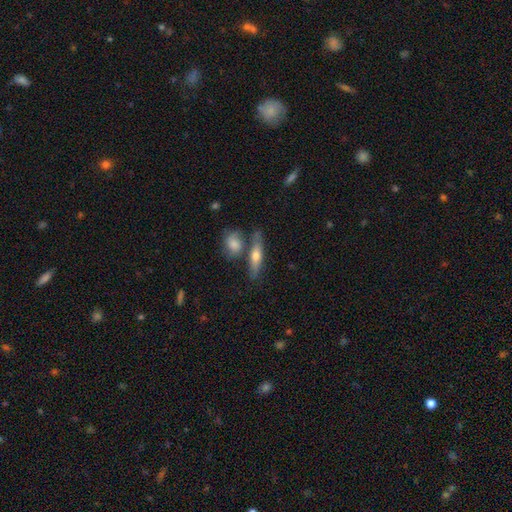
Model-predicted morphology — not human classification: smooth-or-featured: smooth: 53% | featured or disk: 40% | star or artifact: 6%
  how-rounded: cigar-shaped: 68% | in between: 27% | round: 4%
  merging: none: 65% | merger: 18% | minor disturbance: 13% | major disturbance: 4%